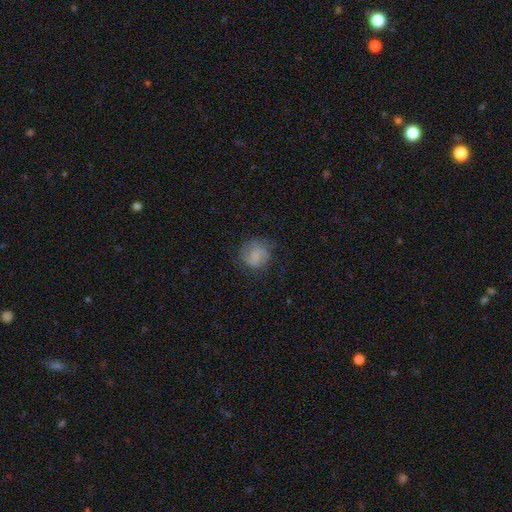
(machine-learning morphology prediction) Smooth or featured: smooth — 54% (featured or disk — 36%)
How rounded: round — 82% (in between — 17%)
Merging: none — 69% (minor disturbance — 19%)